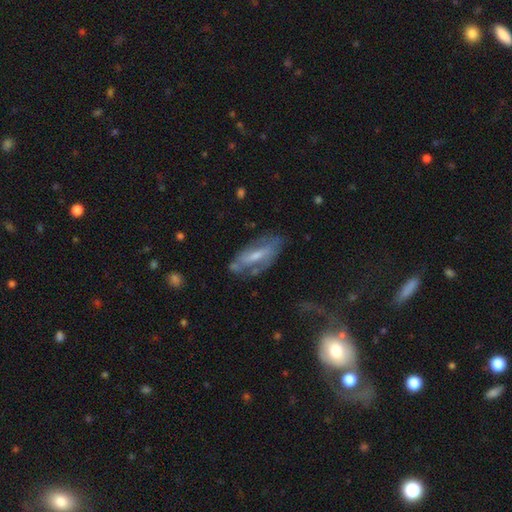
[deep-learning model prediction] A featured or disk galaxy (62%). Merging: none (56%).